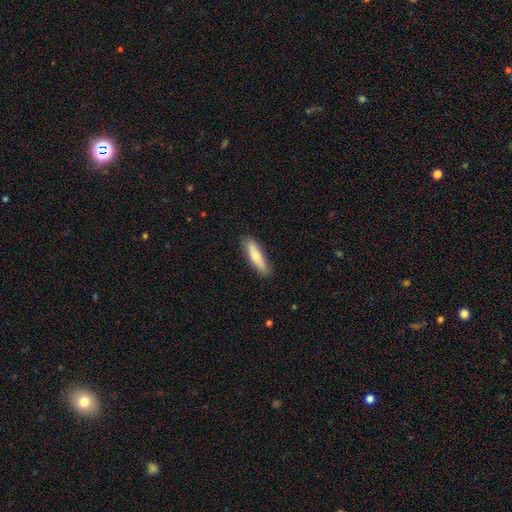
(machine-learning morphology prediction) A smooth galaxy with no disk features (67%) that is cigar-shaped (68%). Merging: none (85%).